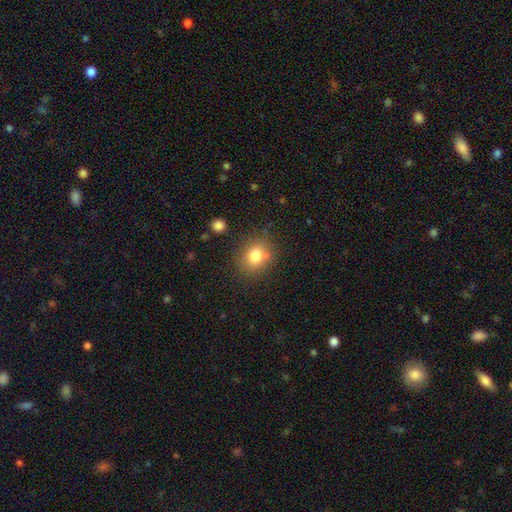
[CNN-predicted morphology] smooth-or-featured: smooth: 79% | star or artifact: 11% | featured or disk: 10%
  how-rounded: round: 64% | in between: 35% | cigar-shaped: 1%
  merging: none: 74% | minor disturbance: 15% | merger: 6% | major disturbance: 5%